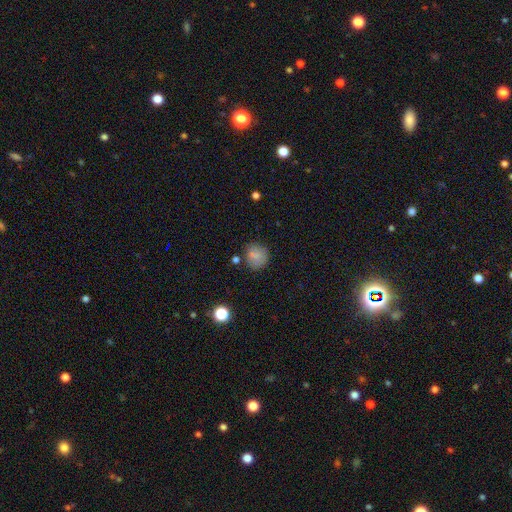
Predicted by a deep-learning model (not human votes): A smooth galaxy with no disk features (81%) that is round (82%).

Vote fractions:
- Smooth or featured? smooth: 81% / star or artifact: 11% / featured or disk: 8%
- How rounded? round: 82% / in between: 16% / cigar-shaped: 1%
- Merging? none: 74% / minor disturbance: 16% / major disturbance: 5% / merger: 5%